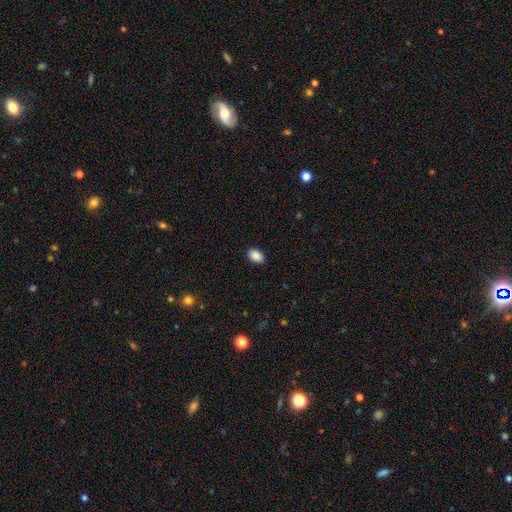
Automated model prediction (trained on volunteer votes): smooth-or-featured: smooth: 89% | star or artifact: 8% | featured or disk: 3%
  how-rounded: in between: 83% | round: 15% | cigar-shaped: 1%
  merging: none: 90% | minor disturbance: 8% | major disturbance: 2% | merger: 1%